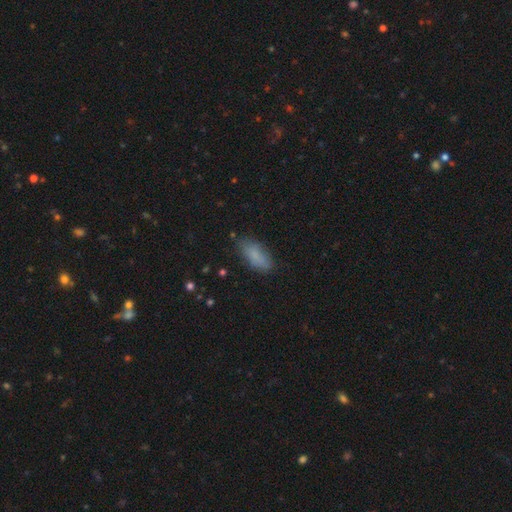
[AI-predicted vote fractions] The model was most divided on "how rounded": in between: 77%, cigar-shaped: 20%, round: 2%. More confident: smooth or featured — smooth (83%); merging — none (76%).